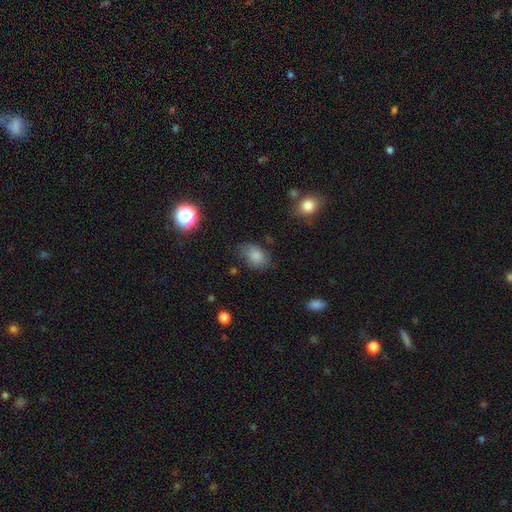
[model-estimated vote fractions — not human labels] A smooth galaxy with no disk features (81%) that is in between round and cigar-shaped (79%).

Vote fractions:
- Smooth or featured? smooth: 81% / star or artifact: 10% / featured or disk: 9%
- How rounded? in between: 79% / round: 20% / cigar-shaped: 1%
- Merging? none: 60% / minor disturbance: 29% / major disturbance: 9% / merger: 3%